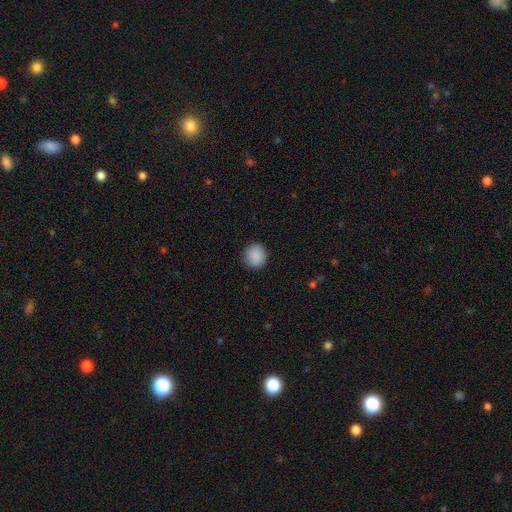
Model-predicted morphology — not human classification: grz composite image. It shows a smooth galaxy with no disk features (89%) that is round (92%). Merging: none (91%).